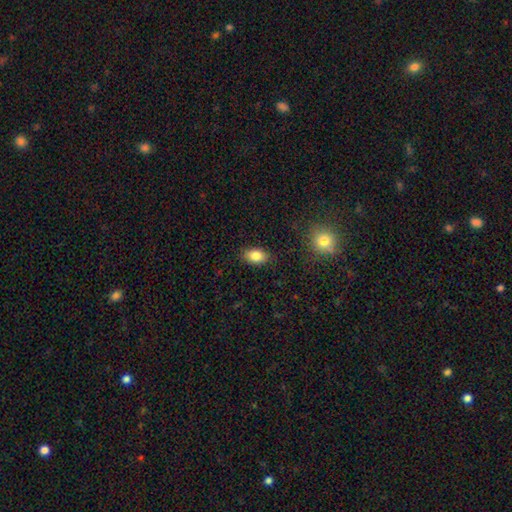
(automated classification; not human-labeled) The model was most divided on "merging": none: 85%, minor disturbance: 11%, major disturbance: 3%, merger: 1%. More confident: how rounded — in between (87%); smooth or featured — smooth (84%).